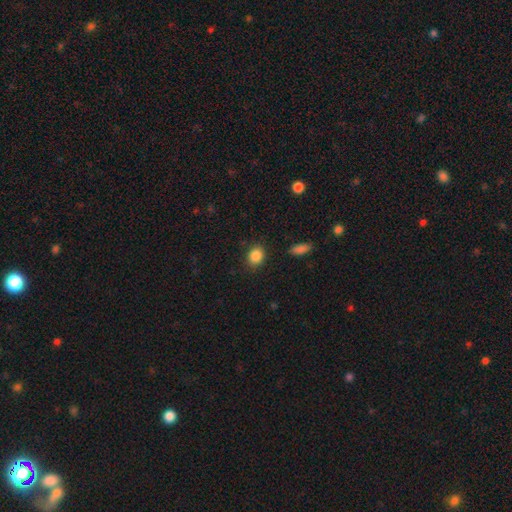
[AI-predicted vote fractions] smooth-or-featured: smooth: 86% | star or artifact: 9% | featured or disk: 4%
  how-rounded: round: 51% | in between: 48% | cigar-shaped: 1%
  merging: none: 86% | minor disturbance: 9% | major disturbance: 3% | merger: 2%